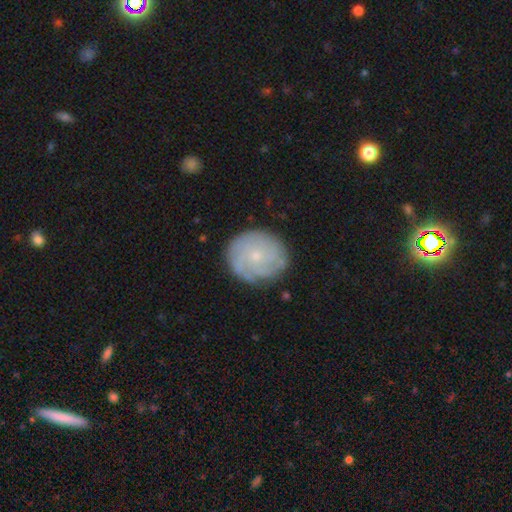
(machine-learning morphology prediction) featured or disk 60%, smooth 32%, star or artifact 8%. Down the decision tree: edge-on disk — no (97%); bar — no (83%); spiral arms — yes (86%); spiral arm count — can't tell (43%); spiral winding — tight (69%); bulge size — small (79%); merging — none (81%).